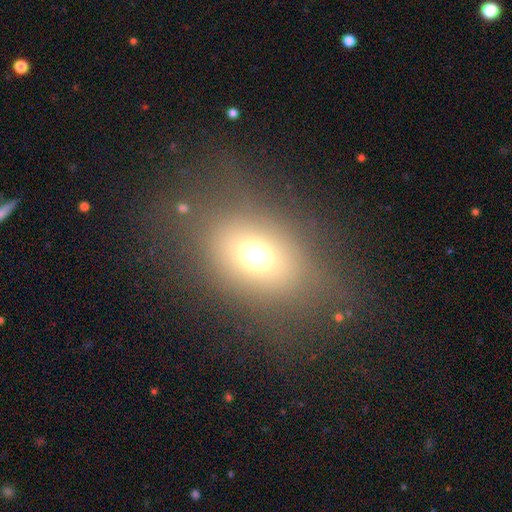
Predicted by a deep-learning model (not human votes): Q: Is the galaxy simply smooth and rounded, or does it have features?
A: smooth — 64%.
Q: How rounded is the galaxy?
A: in between — 65%.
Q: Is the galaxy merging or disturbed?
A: none — 71%.